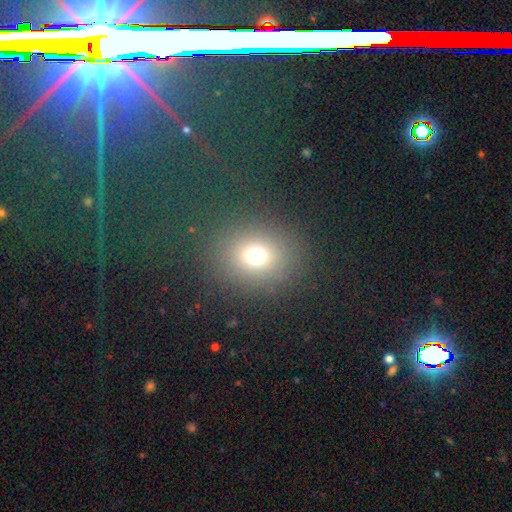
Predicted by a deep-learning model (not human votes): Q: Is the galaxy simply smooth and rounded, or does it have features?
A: smooth — 68%.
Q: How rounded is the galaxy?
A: round — 77%.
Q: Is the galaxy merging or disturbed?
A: none — 84%.